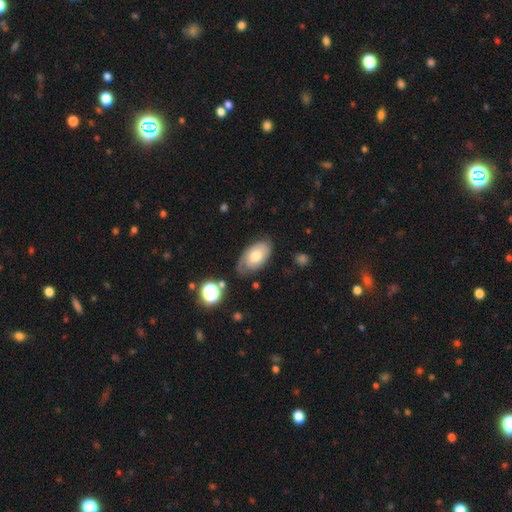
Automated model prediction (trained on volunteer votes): Q: Smooth or featured?
A: smooth (51%); runner-up: featured or disk (41%)
Q: How rounded?
A: in between (93%); runner-up: round (6%)
Q: Merging?
A: none (60%); runner-up: minor disturbance (27%)